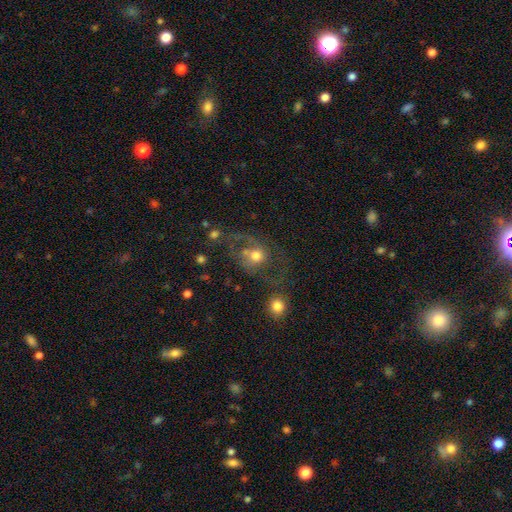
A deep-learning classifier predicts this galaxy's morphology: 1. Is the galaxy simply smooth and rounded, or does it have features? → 48% smooth, 40% featured or disk, 12% star or artifact.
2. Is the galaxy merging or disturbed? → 37% none, 29% major disturbance, 18% minor disturbance, 15% merger.